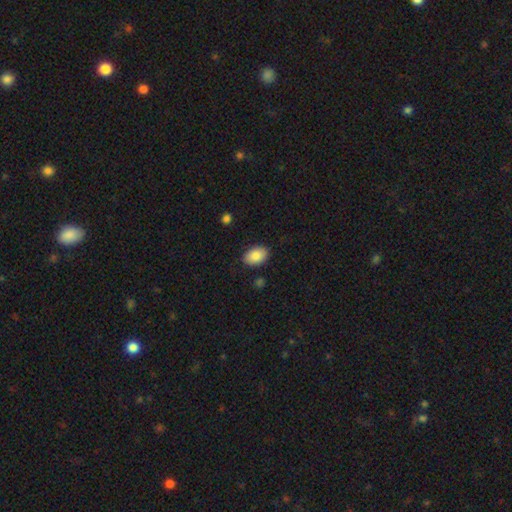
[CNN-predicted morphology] A smooth galaxy with no disk features (86%) that is in between round and cigar-shaped (86%).

Vote fractions:
- Smooth or featured? smooth: 86% / star or artifact: 7% / featured or disk: 7%
- How rounded? in between: 86% / round: 13% / cigar-shaped: 1%
- Merging? none: 84% / minor disturbance: 12% / major disturbance: 3% / merger: 1%